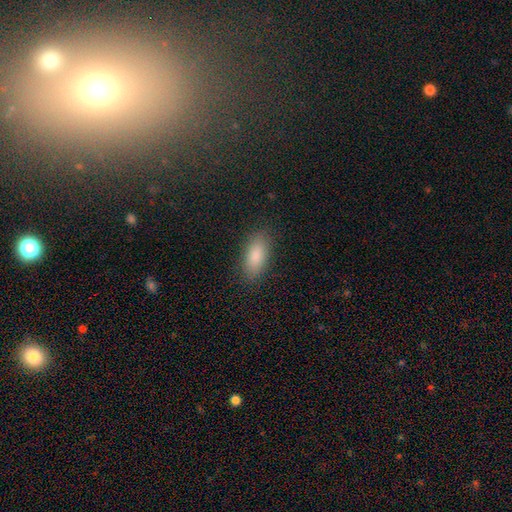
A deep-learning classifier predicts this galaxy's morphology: Smooth or featured: smooth — 86% (star or artifact — 8%)
How rounded: in between — 88% (cigar-shaped — 10%)
Merging: none — 87% (minor disturbance — 9%)